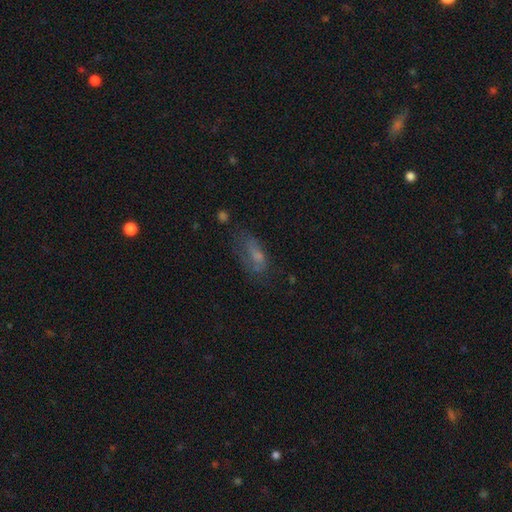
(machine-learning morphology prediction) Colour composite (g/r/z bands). It shows a smooth galaxy with no disk features (53%) that is in between round and cigar-shaped (76%). Merging: none (48%).